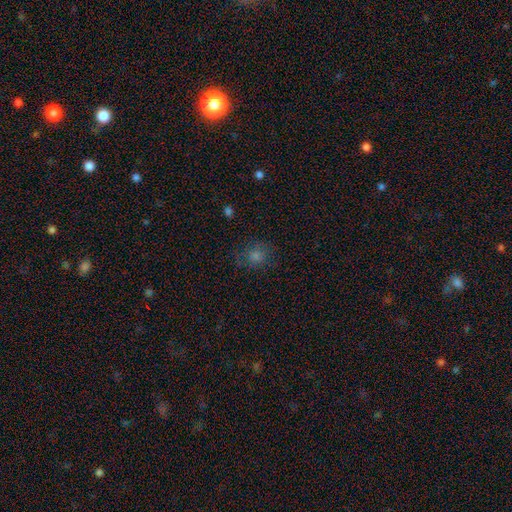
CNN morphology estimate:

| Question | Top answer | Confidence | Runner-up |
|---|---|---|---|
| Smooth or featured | smooth | 62% | star or artifact (25%) |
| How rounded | round | 77% | in between (21%) |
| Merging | none | 78% | minor disturbance (14%) |